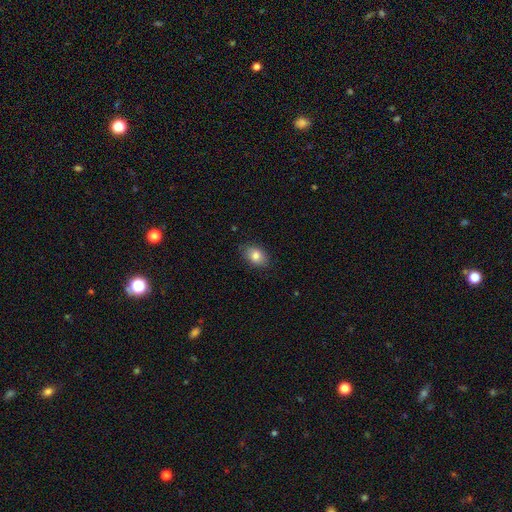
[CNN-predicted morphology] smooth-or-featured: smooth: 82% | featured or disk: 9% | star or artifact: 9%
  how-rounded: in between: 75% | round: 24% | cigar-shaped: 1%
  merging: none: 84% | minor disturbance: 13% | major disturbance: 2% | merger: 1%